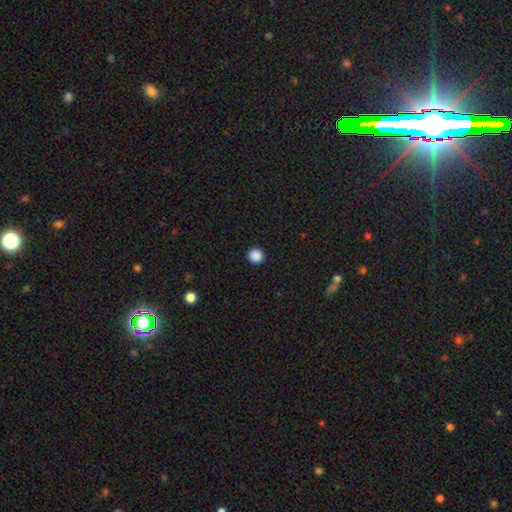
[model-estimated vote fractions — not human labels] A smooth galaxy with no disk features (88%) that is round (95%).

Vote fractions:
- Smooth or featured? smooth: 88% / star or artifact: 10% / featured or disk: 2%
- How rounded? round: 95% / in between: 4% / cigar-shaped: 1%
- Merging? none: 93% / minor disturbance: 4% / major disturbance: 2% / merger: 1%